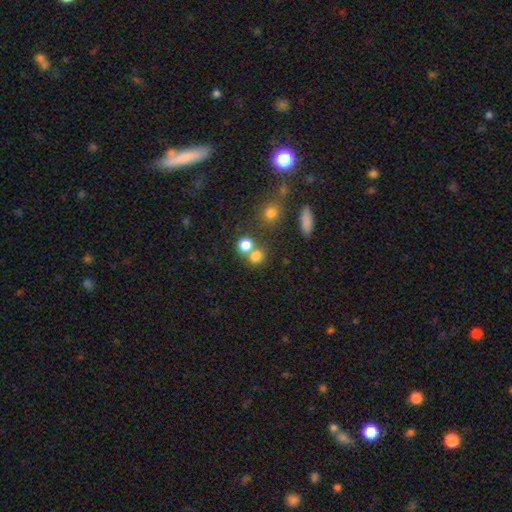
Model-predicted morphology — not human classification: Overall: smooth (77%). How rounded: round (80%). Merging: none (53%; merger 35%).